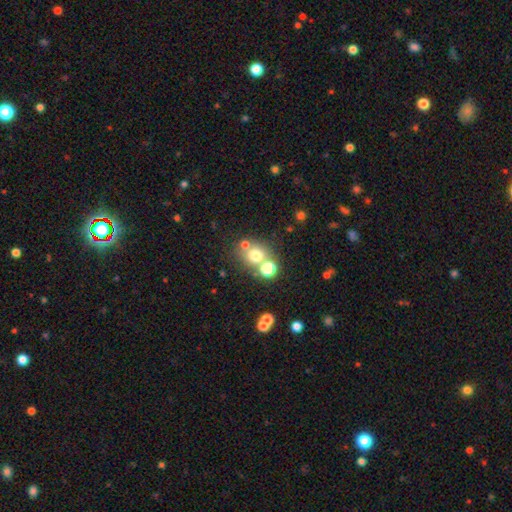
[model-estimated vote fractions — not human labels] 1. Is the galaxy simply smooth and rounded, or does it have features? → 67% smooth, 19% star or artifact, 14% featured or disk.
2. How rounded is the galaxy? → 81% round, 18% in between, 1% cigar-shaped.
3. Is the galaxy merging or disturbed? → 62% none, 24% merger, 9% minor disturbance, 5% major disturbance.